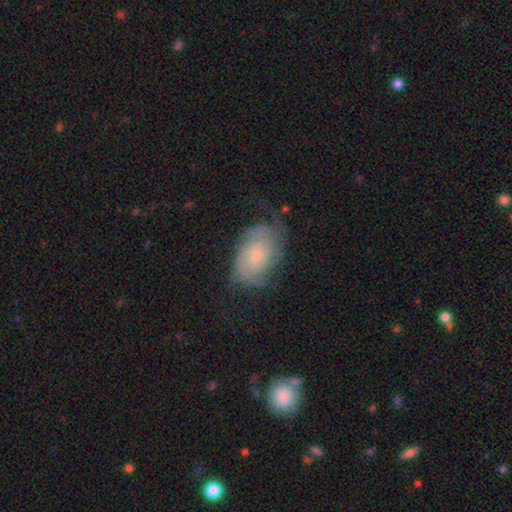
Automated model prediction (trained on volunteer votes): Morphology: type=featured or disk (80%); edge-on=no (97%); bar=no (77%); spiral arms=yes (95%); winding=tight (64%); arm count=2 (32%); bulge=small (71%); merging=none (64%).